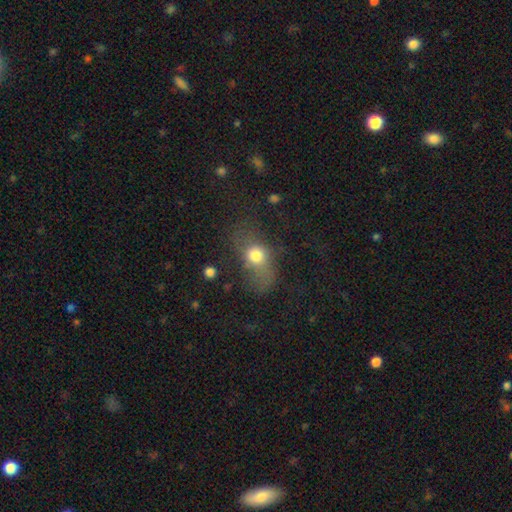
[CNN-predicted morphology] Smooth or featured? Predicted: smooth (p=0.65). How rounded? Predicted: in between (p=0.52). Merging? Predicted: major disturbance (p=0.37, tied with none).